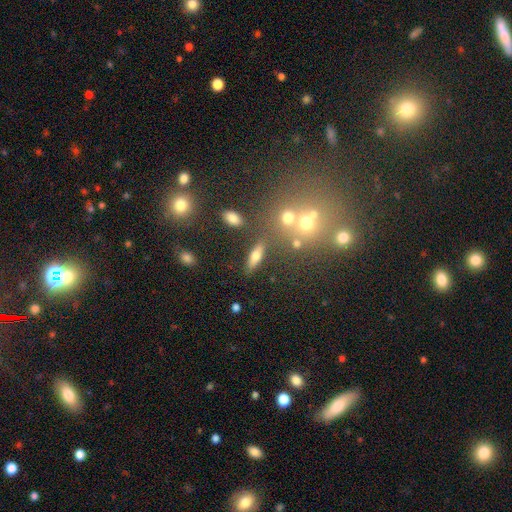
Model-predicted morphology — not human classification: smooth_or_featured: smooth (p=0.57) [alt: featured or disk p=0.31]
how_rounded: in between (p=0.51) [alt: cigar-shaped p=0.42]
merging: none (p=0.76) [alt: minor disturbance p=0.12]